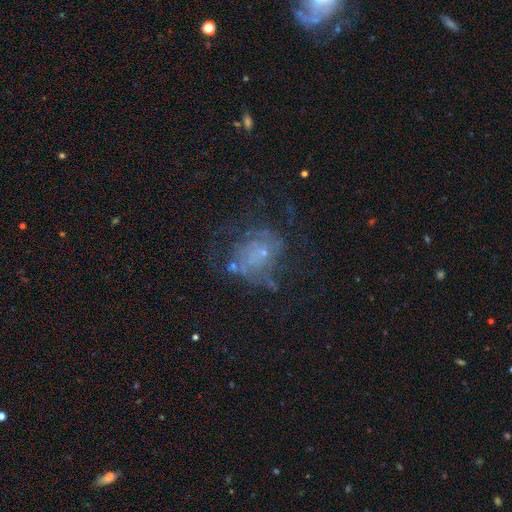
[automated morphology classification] A featured or disk galaxy (59%) with no bar (84%), no spiral arms (51%) and a small central bulge (59%). Merging: none (46%).